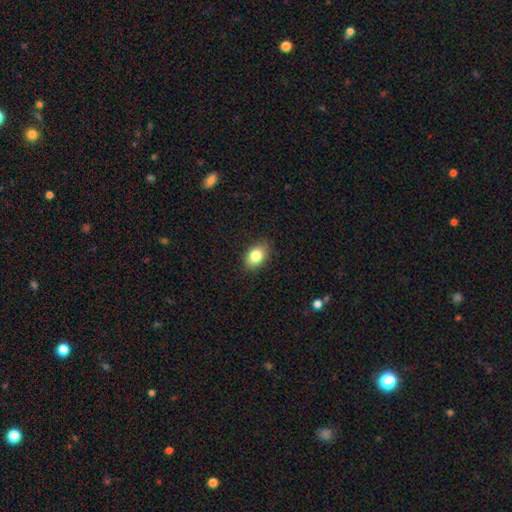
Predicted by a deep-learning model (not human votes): smooth_or_featured: smooth (p=0.83) [alt: featured or disk p=0.09]
how_rounded: in between (p=0.83) [alt: round p=0.16]
merging: none (p=0.85) [alt: minor disturbance p=0.11]